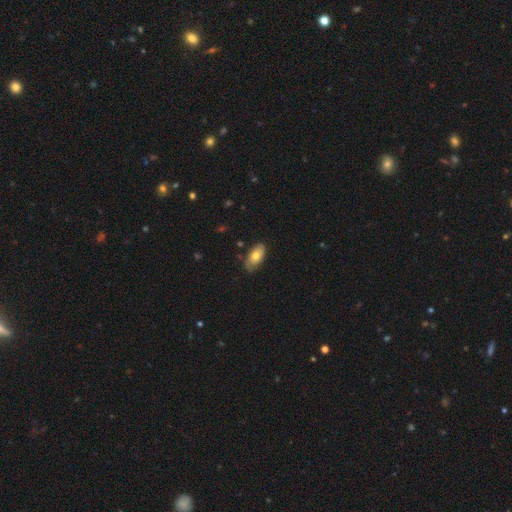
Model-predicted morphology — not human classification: Smooth or featured? Predicted: smooth (p=0.67). How rounded? Predicted: in between (p=0.92). Merging? Predicted: none (p=0.72).